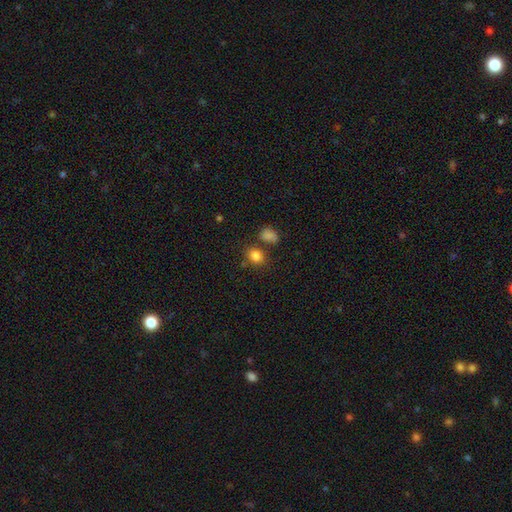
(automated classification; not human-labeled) smooth_or_featured: smooth (p=0.82) [alt: star or artifact p=0.11]
how_rounded: round (p=0.55) [alt: in between p=0.44]
merging: none (p=0.68) [alt: merger p=0.15]